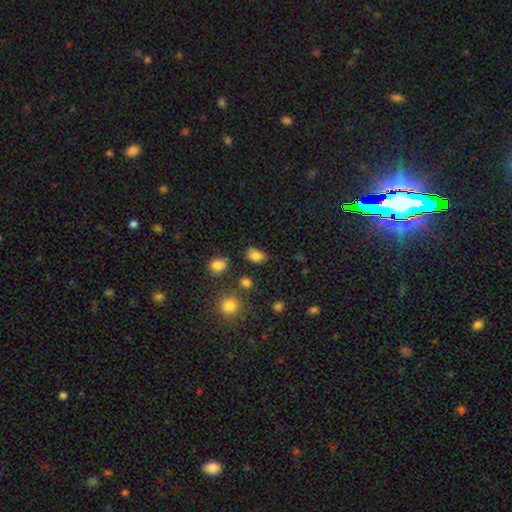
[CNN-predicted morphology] Q: Smooth or featured?
A: smooth (82%); runner-up: star or artifact (12%)
Q: How rounded?
A: in between (80%); runner-up: round (19%)
Q: Merging?
A: none (66%); runner-up: minor disturbance (23%)